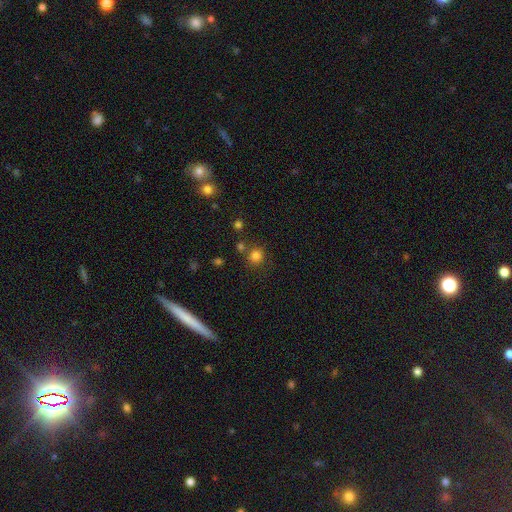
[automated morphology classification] This is likely a smooth galaxy (79%). How rounded: clearly round (89%). Merging: likely none (74%).